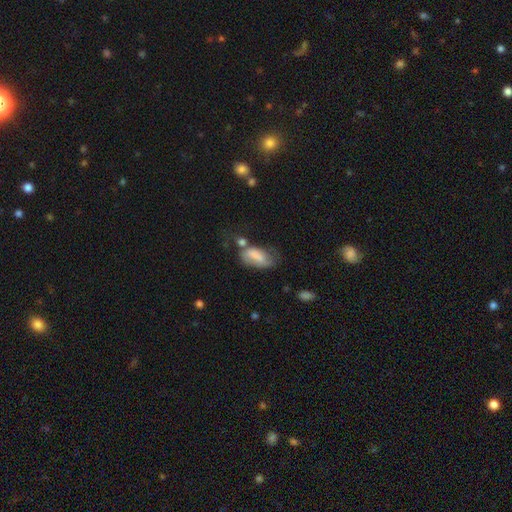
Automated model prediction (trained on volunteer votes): smooth-or-featured: smooth: 70% | featured or disk: 21% | star or artifact: 9%
  how-rounded: in between: 90% | cigar-shaped: 5% | round: 5%
  merging: major disturbance: 28% | none: 27% | minor disturbance: 27% | merger: 18%